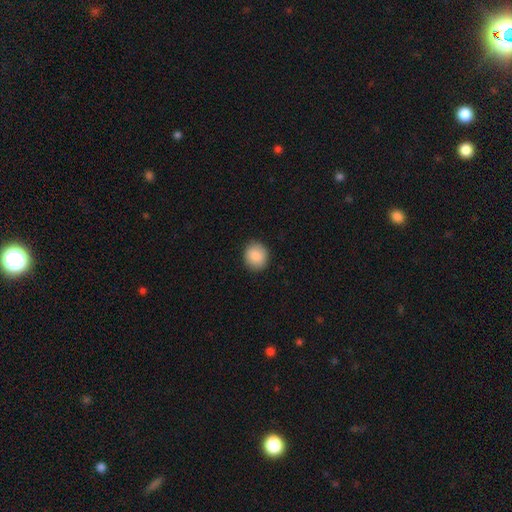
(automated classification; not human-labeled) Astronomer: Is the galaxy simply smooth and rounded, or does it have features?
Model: smooth — 88%.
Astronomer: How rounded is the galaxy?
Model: round — 82%.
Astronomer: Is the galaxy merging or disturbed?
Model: none — 90%.